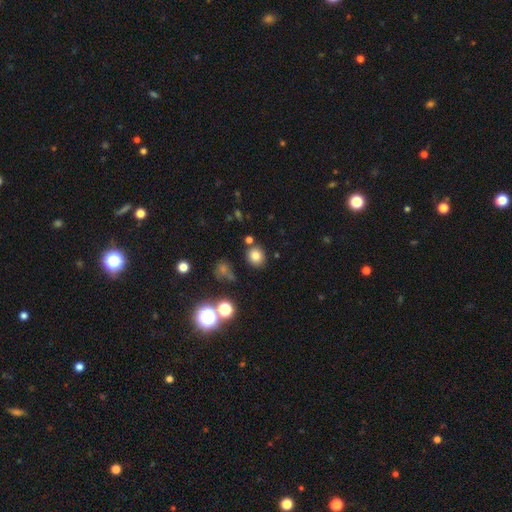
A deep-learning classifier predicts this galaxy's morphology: smooth_or_featured: smooth (p=0.77) [alt: star or artifact p=0.15]
how_rounded: round (p=0.82) [alt: in between p=0.17]
merging: none (p=0.82) [alt: minor disturbance p=0.09]